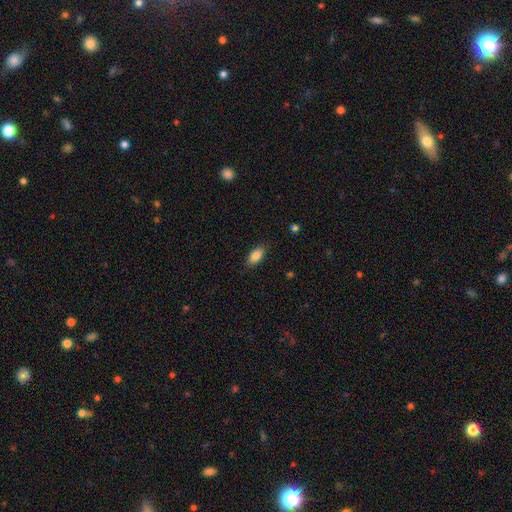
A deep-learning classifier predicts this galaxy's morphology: Q: Smooth or featured?
A: smooth (86%); runner-up: star or artifact (7%)
Q: How rounded?
A: in between (89%); runner-up: cigar-shaped (8%)
Q: Merging?
A: none (87%); runner-up: minor disturbance (10%)